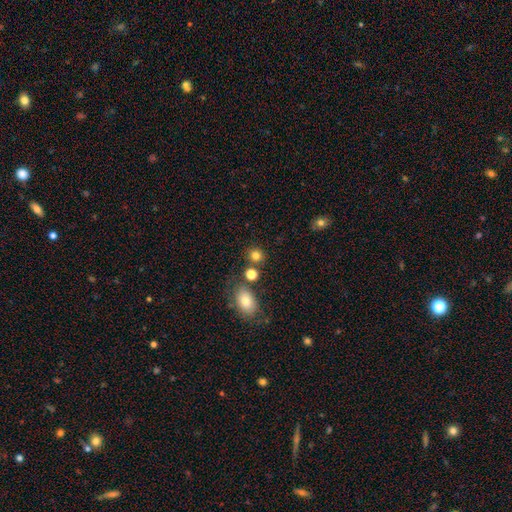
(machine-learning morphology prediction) Smooth or featured? Predicted: smooth (p=0.80). How rounded? Predicted: round (p=0.80). Merging? Predicted: none (p=0.75).